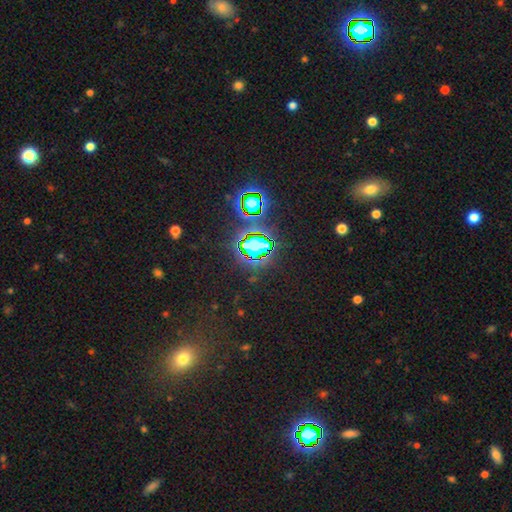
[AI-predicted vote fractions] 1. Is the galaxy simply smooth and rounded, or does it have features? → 78% star or artifact, 13% smooth, 9% featured or disk.